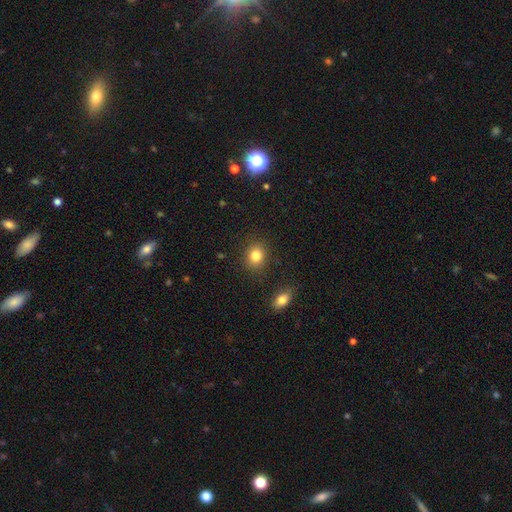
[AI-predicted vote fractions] smooth-or-featured: smooth: 83% | star or artifact: 10% | featured or disk: 7%
  how-rounded: round: 62% | in between: 37% | cigar-shaped: 1%
  merging: none: 87% | minor disturbance: 9% | major disturbance: 3% | merger: 2%